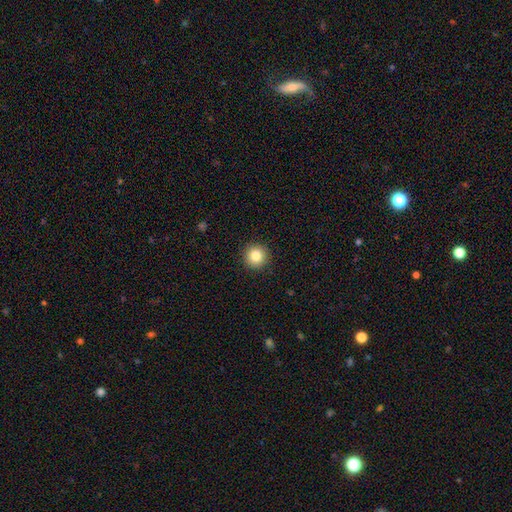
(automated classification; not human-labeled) smooth_or_featured: smooth (p=0.84) [alt: star or artifact p=0.10]
how_rounded: round (p=0.95) [alt: in between p=0.04]
merging: none (p=0.93) [alt: minor disturbance p=0.05]